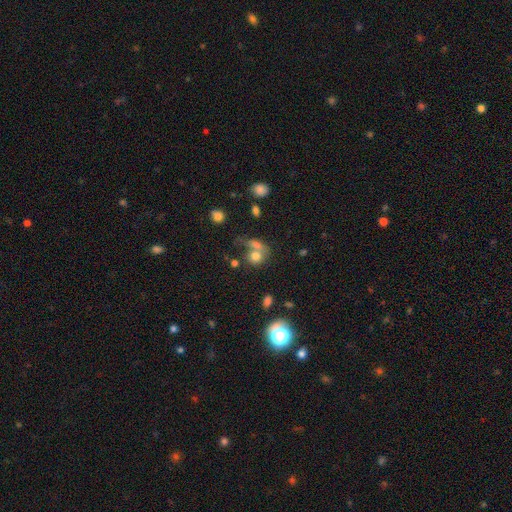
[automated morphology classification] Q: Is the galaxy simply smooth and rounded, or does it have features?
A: smooth — 73%.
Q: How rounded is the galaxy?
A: round — 64%.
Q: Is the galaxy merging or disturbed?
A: merger — 50%.